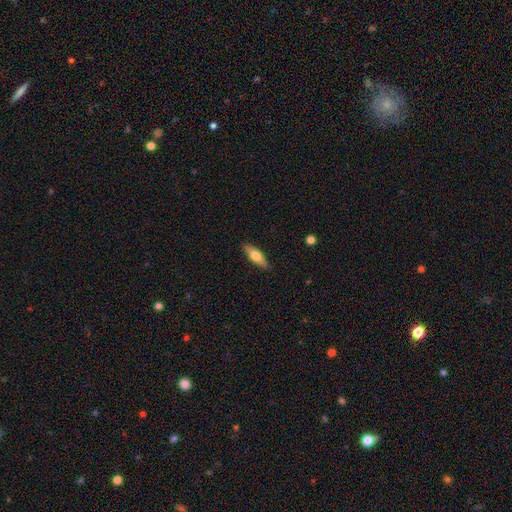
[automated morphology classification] Overall: smooth (64%; featured or disk 30%). How rounded: in between (53%; cigar-shaped 44%). Merging: none (88%).